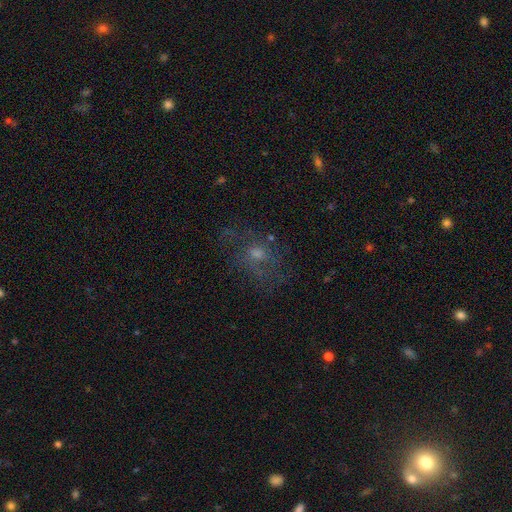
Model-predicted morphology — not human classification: A featured or disk galaxy (45%).

Vote fractions:
- Smooth or featured? featured or disk: 45% / smooth: 29% / star or artifact: 26%
- Merging? none: 64% / minor disturbance: 17% / major disturbance: 16% / merger: 2%